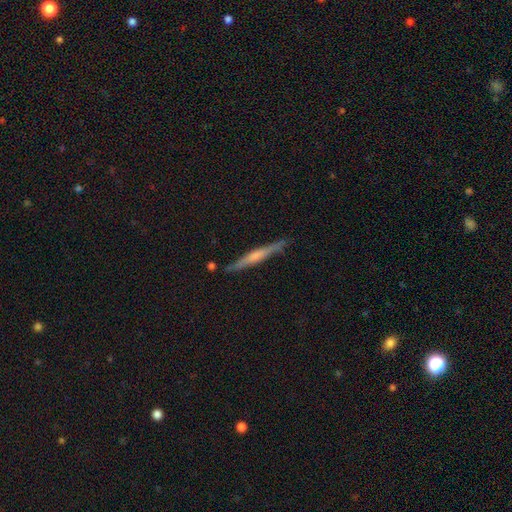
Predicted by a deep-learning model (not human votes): Smooth or featured?
  - featured or disk: 69% *
  - smooth: 22%
  - star or artifact: 8%
Edge-on disk?
  - yes: 97% *
  - no: 3%
Edge-on bulge?
  - rounded: 71% *
  - none: 20%
  - boxy: 9%
Merging?
  - none: 88% *
  - minor disturbance: 8%
  - major disturbance: 2%
  - merger: 1%